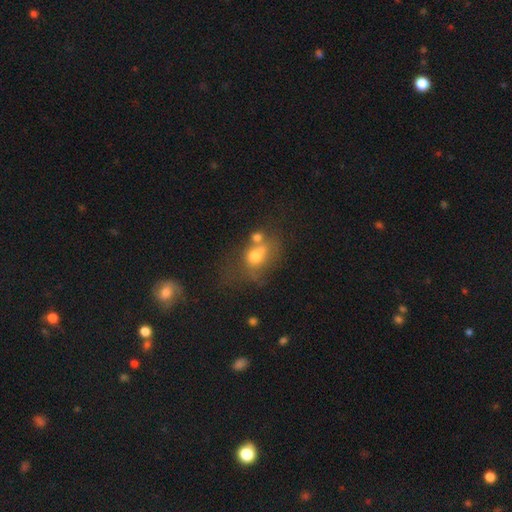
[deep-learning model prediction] Smooth or featured? smooth (60%)
How rounded? in between (53%)
Merging? merger (40%)